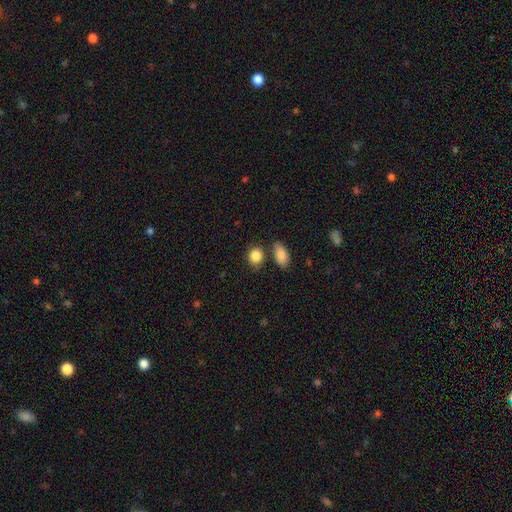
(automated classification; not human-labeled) Q: Smooth or featured?
A: smooth (87%); runner-up: star or artifact (8%)
Q: How rounded?
A: round (57%); runner-up: in between (42%)
Q: Merging?
A: none (68%); runner-up: minor disturbance (15%)